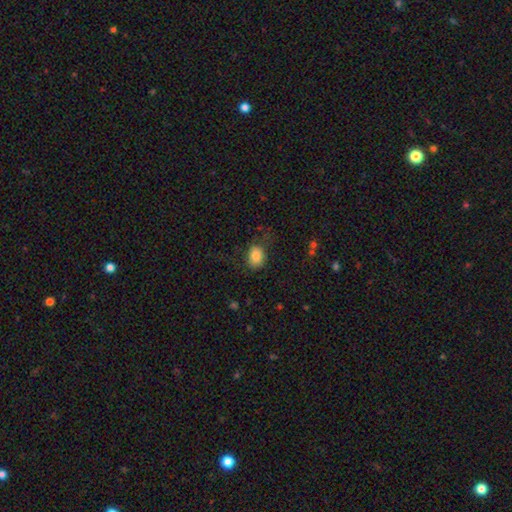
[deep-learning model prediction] Morphology: type=smooth (84%); roundness=in between (61%); merging=none (65%).